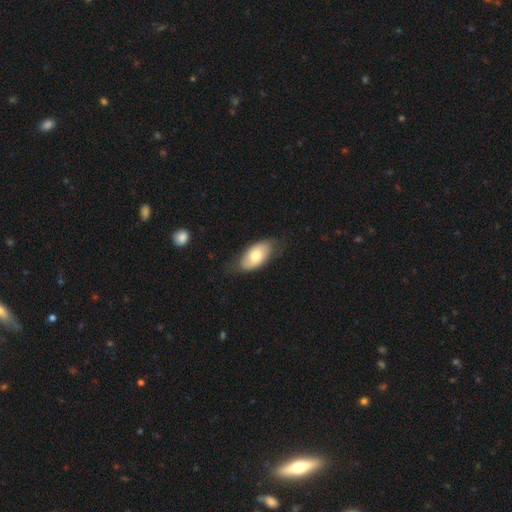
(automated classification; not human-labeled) A smooth galaxy with no disk features (69%) that is in between round and cigar-shaped (94%). Merging: none (73%).